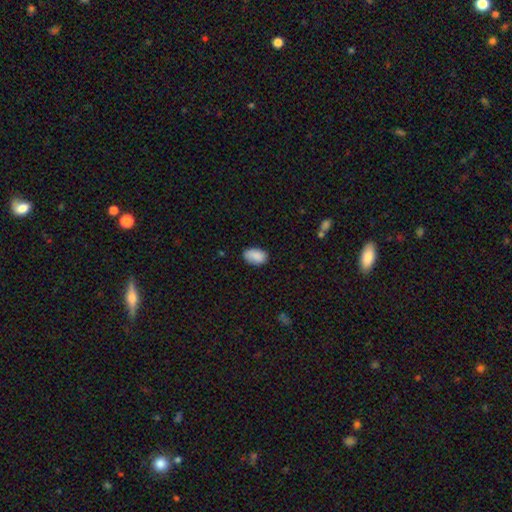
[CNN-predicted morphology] Q: Smooth or featured?
A: smooth (89%); runner-up: star or artifact (7%)
Q: How rounded?
A: in between (91%); runner-up: round (8%)
Q: Merging?
A: none (78%); runner-up: minor disturbance (17%)